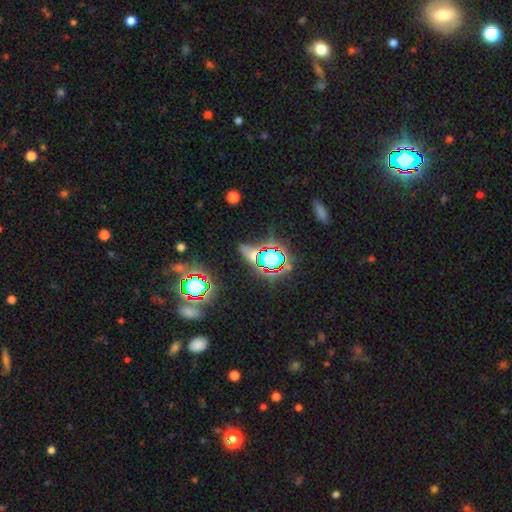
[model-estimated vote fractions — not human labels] Morphology: type=star or artifact (67%).